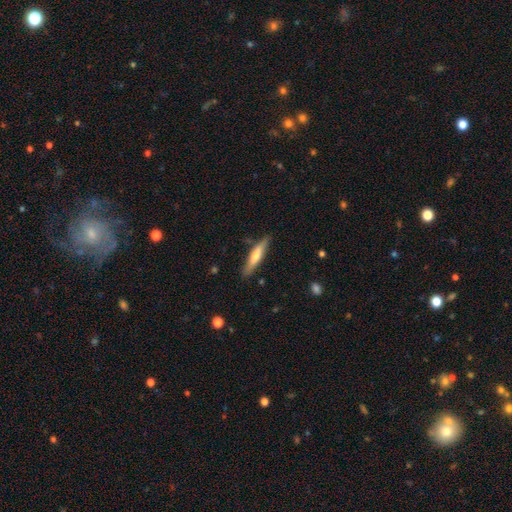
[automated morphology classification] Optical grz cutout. It shows a smooth galaxy with no disk features (59%) that is cigar-shaped (84%). Merging: none (83%).